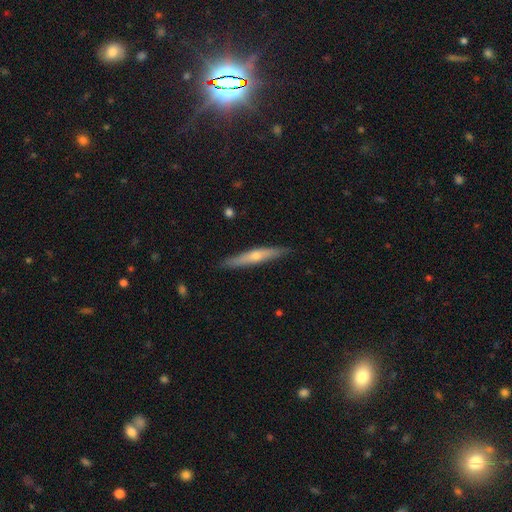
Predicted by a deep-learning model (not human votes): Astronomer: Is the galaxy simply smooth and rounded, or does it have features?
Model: featured or disk — 62%.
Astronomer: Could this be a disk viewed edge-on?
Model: yes — 94%.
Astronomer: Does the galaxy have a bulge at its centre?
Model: rounded — 83%.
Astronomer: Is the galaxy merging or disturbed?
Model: none — 88%.